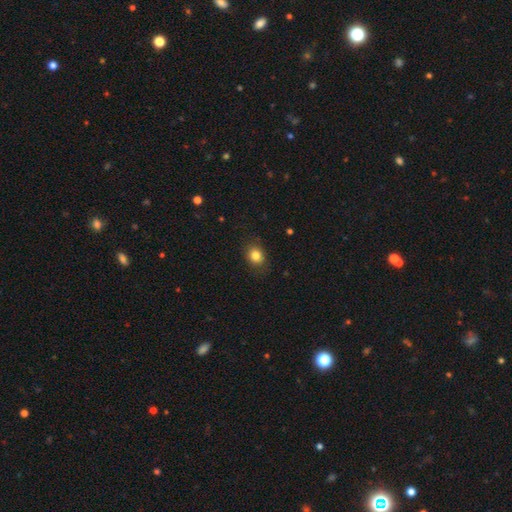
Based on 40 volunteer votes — smooth-or-featured: smooth: 80% | star or artifact: 12% | featured or disk: 8%
  how-rounded: round: 72% | in between: 28% | cigar-shaped: 0%
  merging: none: 89% | minor disturbance: 9% | major disturbance: 3% | merger: 0%